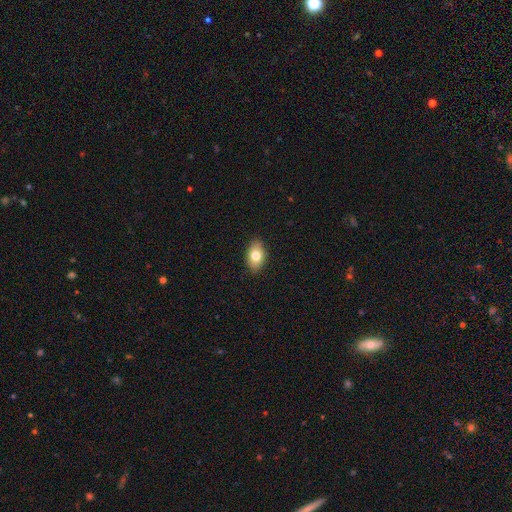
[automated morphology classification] type=smooth (76%); roundness=in between (88%); merging=none (88%).